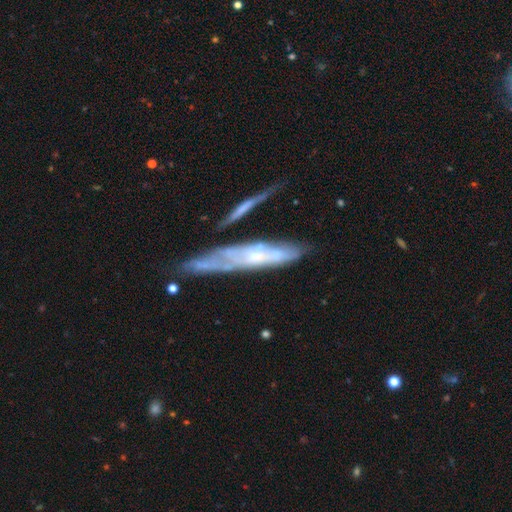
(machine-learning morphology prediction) featured or disk 66%, smooth 27%, star or artifact 7%. Down the decision tree: edge-on disk — no (53%); merging — none (44%).